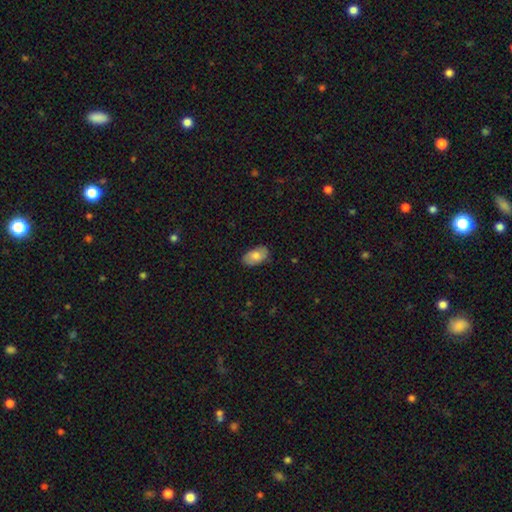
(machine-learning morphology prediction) A smooth galaxy with no disk features (76%) that is in between round and cigar-shaped (94%).

Vote fractions:
- Smooth or featured? smooth: 76% / featured or disk: 17% / star or artifact: 6%
- How rounded? in between: 94% / round: 5% / cigar-shaped: 1%
- Merging? none: 81% / minor disturbance: 15% / major disturbance: 3% / merger: 1%